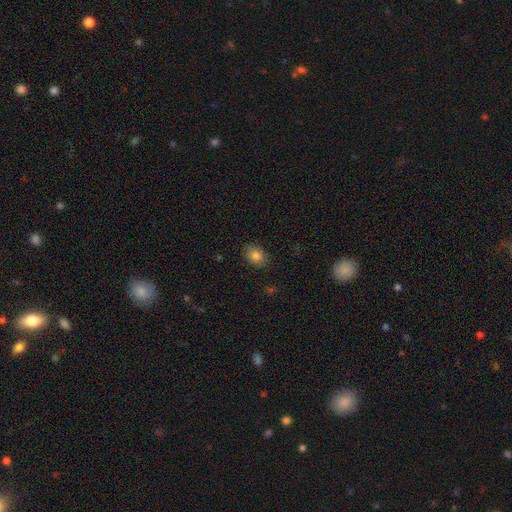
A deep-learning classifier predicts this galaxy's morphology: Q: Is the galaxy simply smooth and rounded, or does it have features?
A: smooth — 82%.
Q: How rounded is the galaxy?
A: in between — 71%.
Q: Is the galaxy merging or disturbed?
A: none — 86%.